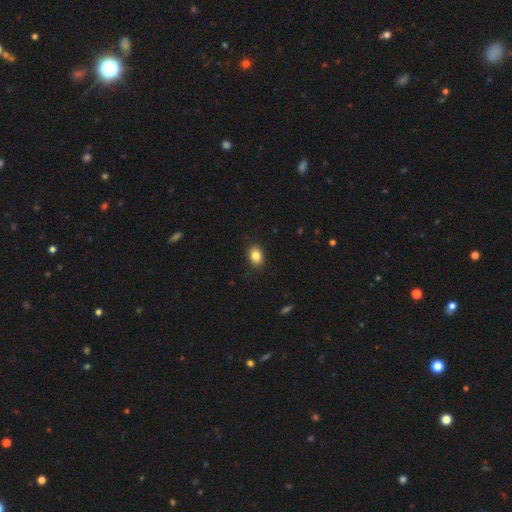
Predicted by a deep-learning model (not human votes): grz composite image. It shows a smooth galaxy with no disk features (84%) that is in between round and cigar-shaped (70%). Merging: none (88%).